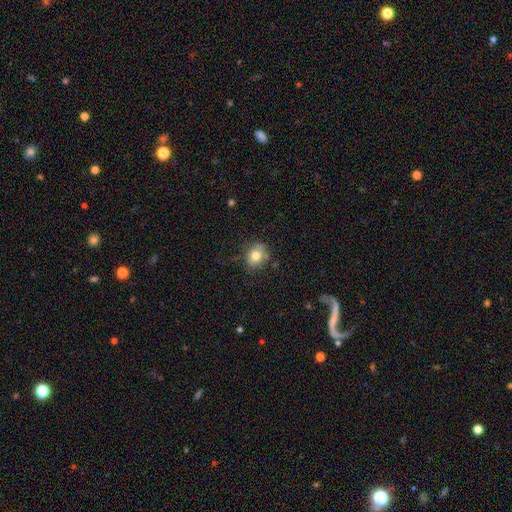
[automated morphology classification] type=smooth (76%); roundness=round (51%); merging=none (71%).